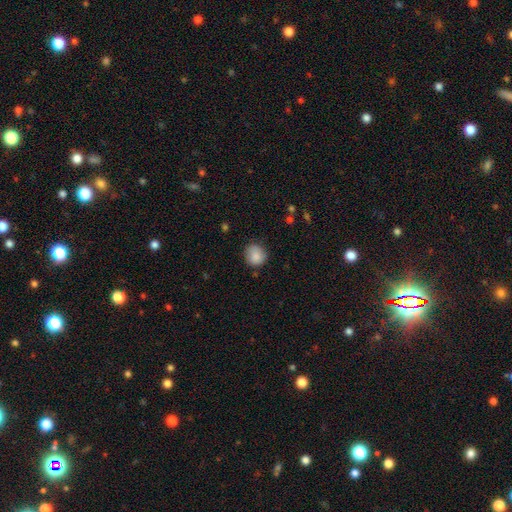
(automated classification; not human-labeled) A smooth galaxy with no disk features (86%) that is round (83%). Merging: none (77%).